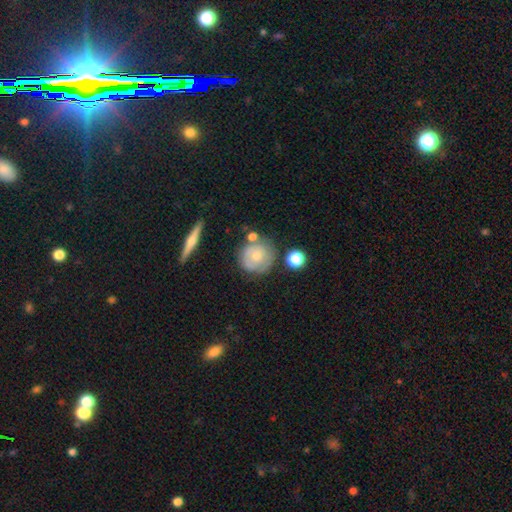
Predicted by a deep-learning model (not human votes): The model was most divided on "smooth or featured": smooth: 60%, featured or disk: 32%, star or artifact: 8%. More confident: how rounded — round (90%); merging — none (63%).